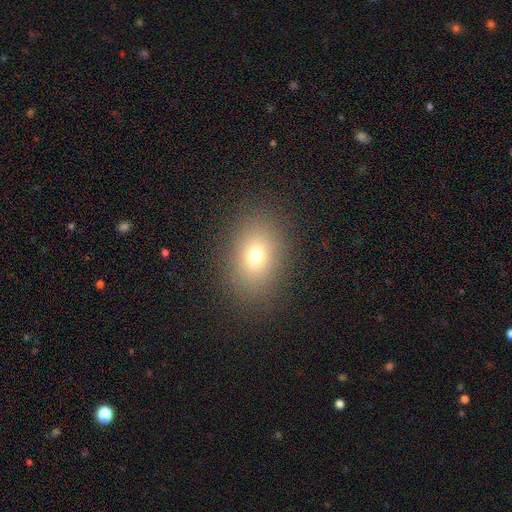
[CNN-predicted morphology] This appears to be a smooth galaxy with no disk features (71%) that is in between round and cigar-shaped (67%). Merging: none (86%).